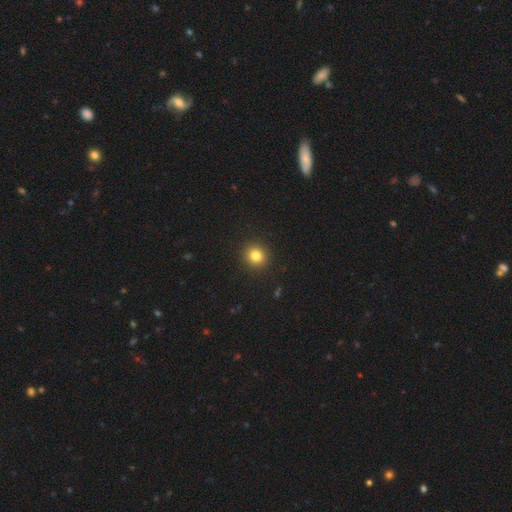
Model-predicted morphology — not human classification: smooth_or_featured: smooth (p=0.82) [alt: star or artifact p=0.12]
how_rounded: round (p=0.89) [alt: in between p=0.10]
merging: none (p=0.92) [alt: minor disturbance p=0.05]